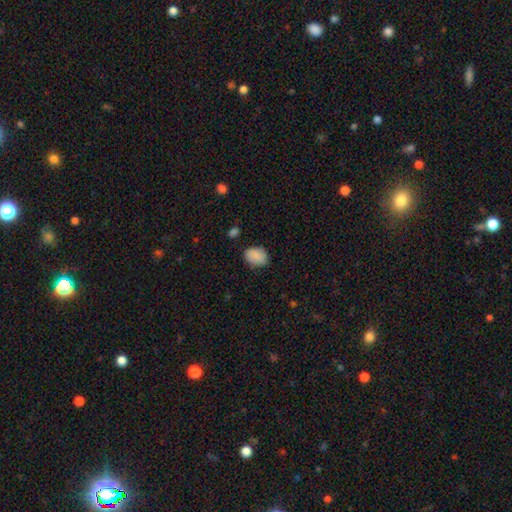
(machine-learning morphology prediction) Q: Smooth or featured?
A: smooth (88%); runner-up: star or artifact (7%)
Q: How rounded?
A: in between (68%); runner-up: round (31%)
Q: Merging?
A: none (79%); runner-up: minor disturbance (16%)